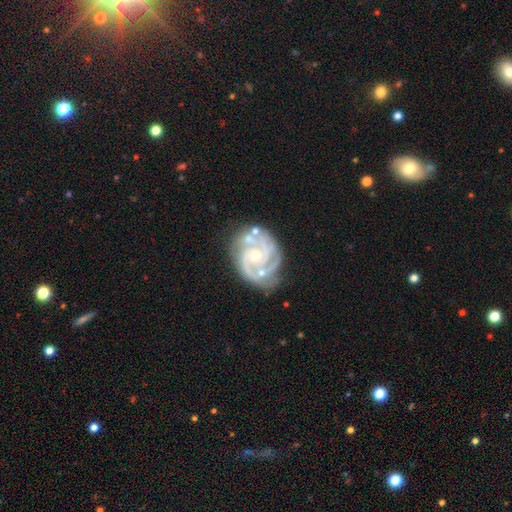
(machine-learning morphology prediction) Q: Smooth or featured?
A: featured or disk (92%); runner-up: star or artifact (4%)
Q: Edge-on disk?
A: no (98%); runner-up: yes (2%)
Q: Bar?
A: no (65%); runner-up: weak (28%)
Q: Spiral arms?
A: yes (98%); runner-up: no (2%)
Q: Spiral winding?
A: tight (66%); runner-up: medium (31%)
Q: Spiral arm count?
A: 3 (45%); runner-up: 2 (27%)
Q: Bulge size?
A: small (59%); runner-up: moderate (35%)
Q: Merging?
A: none (67%); runner-up: minor disturbance (20%)